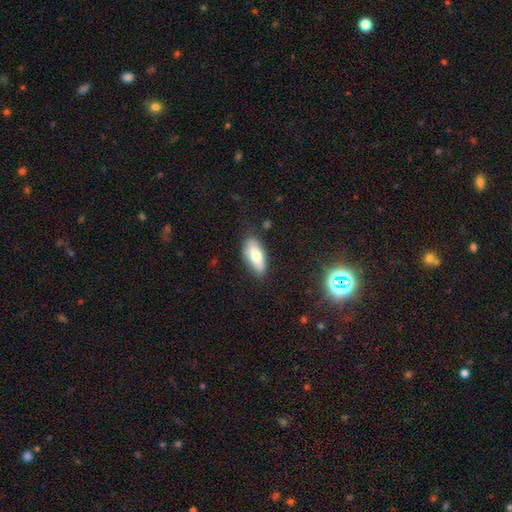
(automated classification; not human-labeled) A smooth galaxy with no disk features (71%) that is in between round and cigar-shaped (80%).

Vote fractions:
- Smooth or featured? smooth: 71% / featured or disk: 22% / star or artifact: 7%
- How rounded? in between: 80% / cigar-shaped: 18% / round: 2%
- Merging? none: 79% / minor disturbance: 16% / major disturbance: 3% / merger: 2%